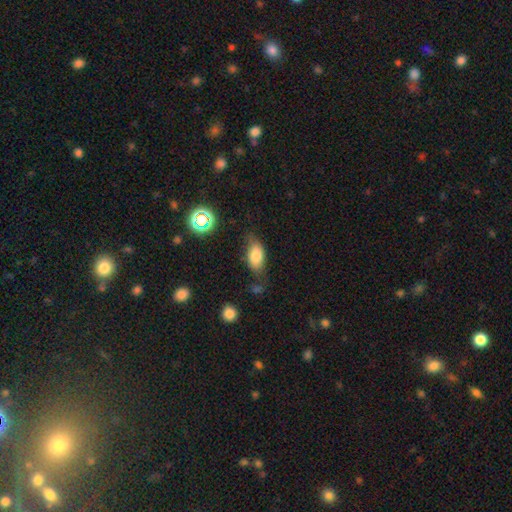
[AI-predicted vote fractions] Smooth or featured: smooth — 76% (featured or disk — 14%)
How rounded: in between — 88% (cigar-shaped — 6%)
Merging: none — 61% (minor disturbance — 26%)